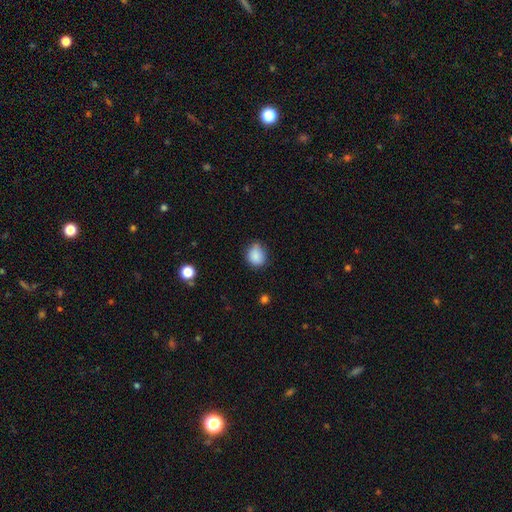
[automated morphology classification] A smooth galaxy with no disk features (86%) that is round (61%).

Vote fractions:
- Smooth or featured? smooth: 86% / star or artifact: 9% / featured or disk: 5%
- How rounded? round: 61% / in between: 38% / cigar-shaped: 1%
- Merging? none: 66% / minor disturbance: 28% / major disturbance: 4% / merger: 2%